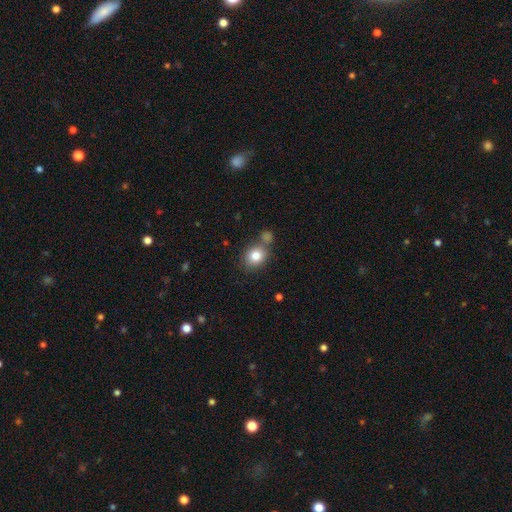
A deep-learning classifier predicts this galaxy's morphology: Smooth or featured: smooth — 82% (star or artifact — 10%)
How rounded: round — 64% (in between — 35%)
Merging: none — 63% (merger — 21%)